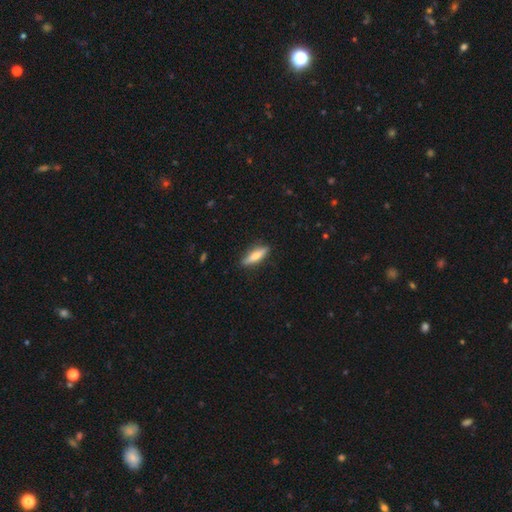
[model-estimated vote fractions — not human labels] Morphology: type=smooth (53%); roundness=cigar-shaped (67%); merging=none (87%).